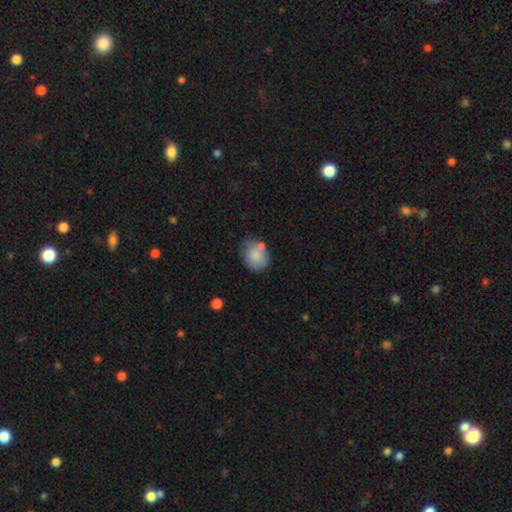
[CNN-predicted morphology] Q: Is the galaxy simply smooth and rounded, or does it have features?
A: smooth — 79%.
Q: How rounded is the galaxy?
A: in between — 50%.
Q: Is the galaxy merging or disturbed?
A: none — 54%.